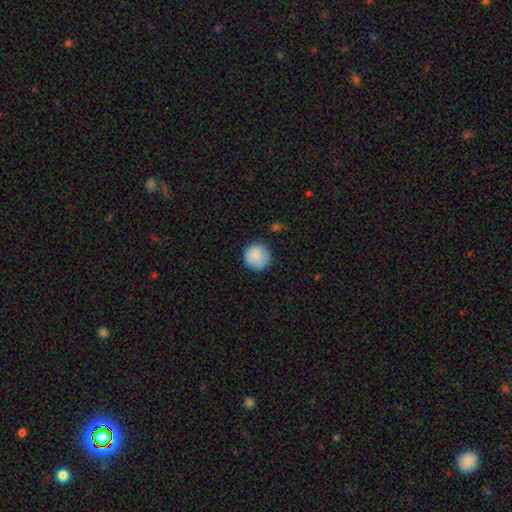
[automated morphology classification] type=smooth (88%); roundness=round (94%); merging=none (81%).